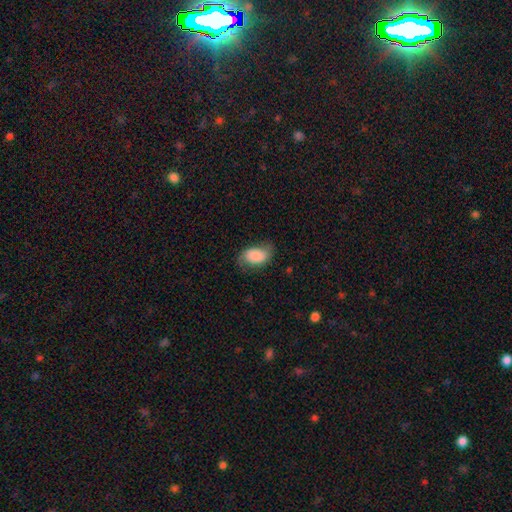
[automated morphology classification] Q: Smooth or featured?
A: smooth (73%); runner-up: featured or disk (19%)
Q: How rounded?
A: in between (90%); runner-up: round (9%)
Q: Merging?
A: none (63%); runner-up: minor disturbance (26%)